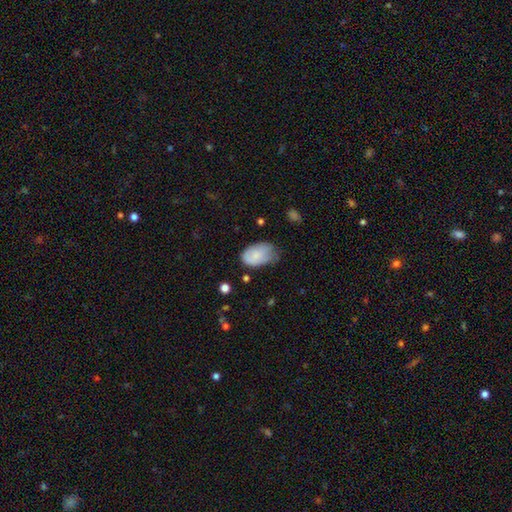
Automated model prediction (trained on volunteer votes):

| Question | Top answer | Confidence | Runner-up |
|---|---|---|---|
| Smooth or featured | smooth | 77% | featured or disk (16%) |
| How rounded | in between | 90% | round (9%) |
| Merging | minor disturbance | 45% | none (39%) |